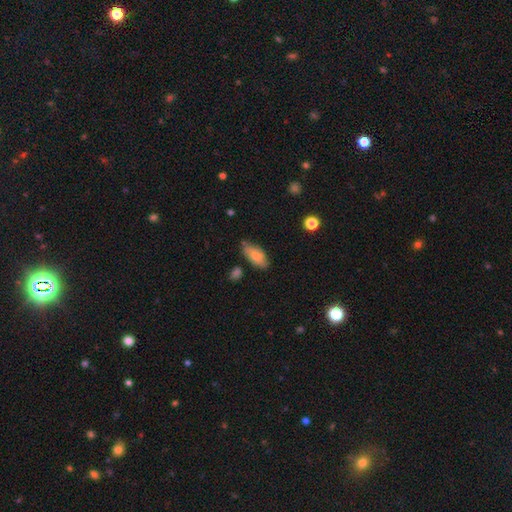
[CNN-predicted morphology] A smooth galaxy with no disk features (75%) that is in between round and cigar-shaped (87%). Merging: none (69%).